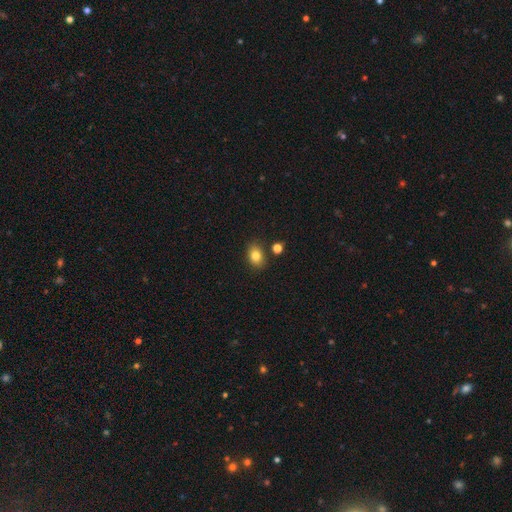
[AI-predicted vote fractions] Smooth or featured: smooth — 81% (star or artifact — 10%)
How rounded: in between — 71% (round — 28%)
Merging: none — 81% (minor disturbance — 11%)